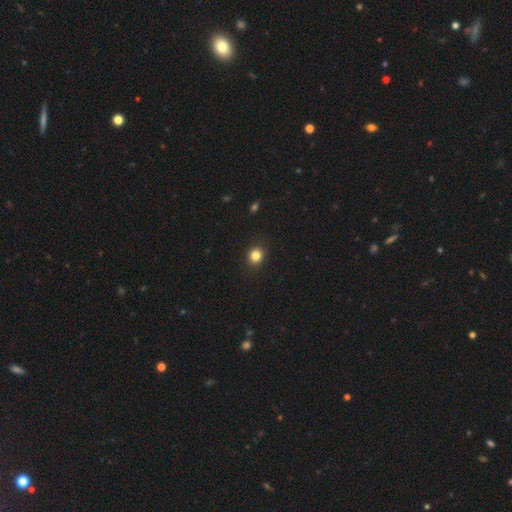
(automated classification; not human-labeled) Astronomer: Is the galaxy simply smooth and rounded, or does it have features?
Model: smooth — 83%.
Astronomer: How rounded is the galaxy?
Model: round — 82%.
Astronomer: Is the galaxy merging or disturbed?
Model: none — 91%.